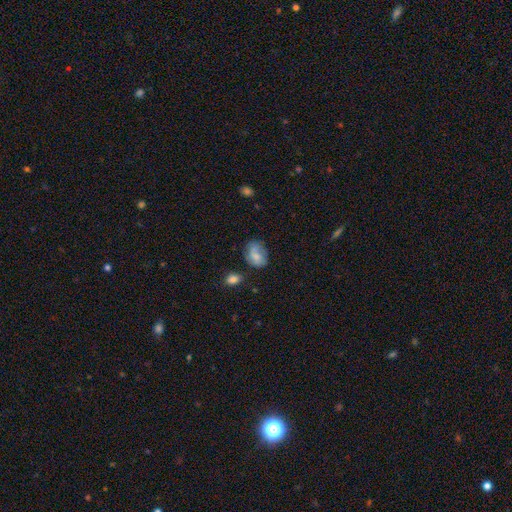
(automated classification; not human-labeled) Smooth or featured? Predicted: smooth (p=0.67). How rounded? Predicted: in between (p=0.69). Merging? Predicted: none (p=0.54).